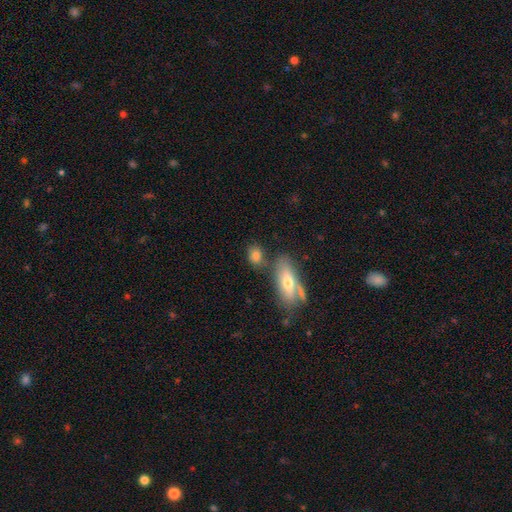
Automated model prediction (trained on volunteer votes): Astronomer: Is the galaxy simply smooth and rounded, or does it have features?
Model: smooth — 77%.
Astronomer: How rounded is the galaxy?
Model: in between — 61%.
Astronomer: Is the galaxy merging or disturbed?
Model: none — 62%.